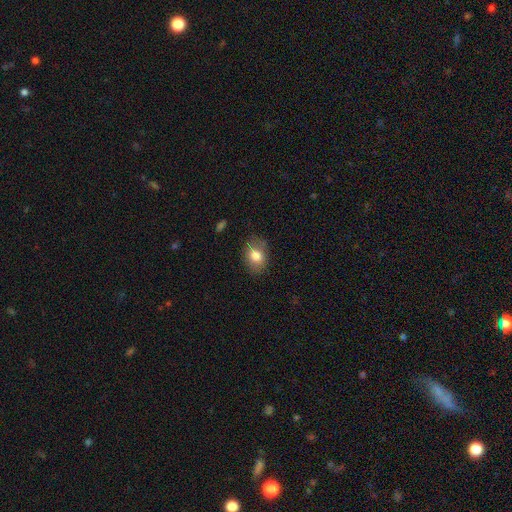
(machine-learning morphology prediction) Smooth or featured? smooth (79%)
How rounded? in between (75%)
Merging? none (76%)